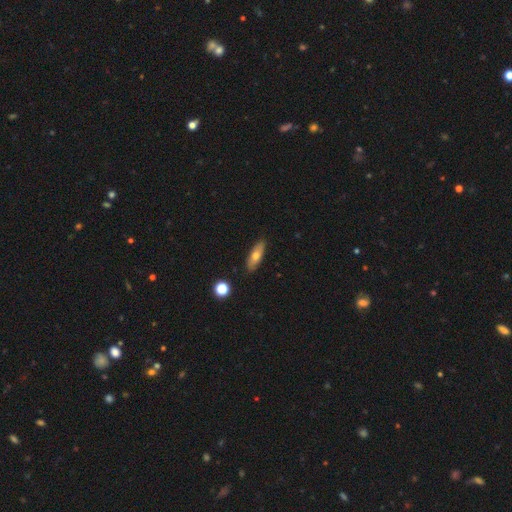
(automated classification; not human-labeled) Smooth or featured?
  - smooth: 60% *
  - featured or disk: 33%
  - star or artifact: 7%
How rounded?
  - in between: 57% *
  - cigar-shaped: 39%
  - round: 4%
Merging?
  - none: 86% *
  - minor disturbance: 10%
  - major disturbance: 2%
  - merger: 2%